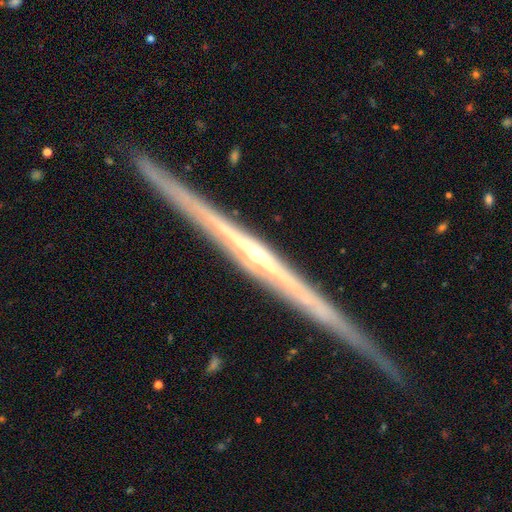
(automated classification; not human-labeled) Smooth or featured?
  - featured or disk: 88% *
  - smooth: 7%
  - star or artifact: 5%
Edge-on disk?
  - yes: 98% *
  - no: 2%
Edge-on bulge?
  - rounded: 53% *
  - none: 41%
  - boxy: 6%
Merging?
  - none: 89% *
  - minor disturbance: 8%
  - major disturbance: 1%
  - merger: 1%